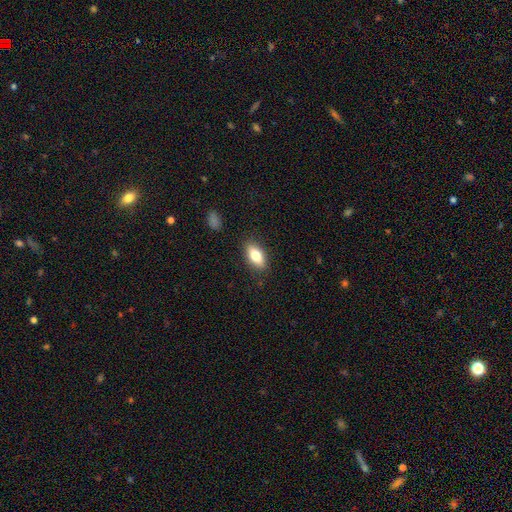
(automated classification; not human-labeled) smooth-or-featured: smooth: 75% | featured or disk: 17% | star or artifact: 7%
  how-rounded: in between: 85% | cigar-shaped: 10% | round: 5%
  merging: none: 86% | minor disturbance: 10% | major disturbance: 3% | merger: 1%